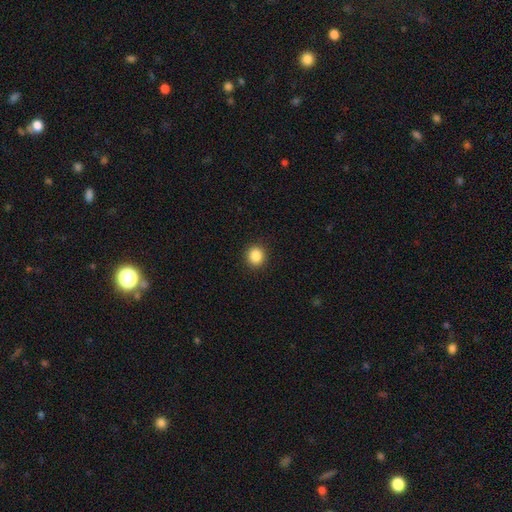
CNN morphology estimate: smooth-or-featured: smooth: 87% | star or artifact: 10% | featured or disk: 3%
  how-rounded: round: 83% | in between: 16% | cigar-shaped: 1%
  merging: none: 92% | minor disturbance: 5% | major disturbance: 2% | merger: 1%